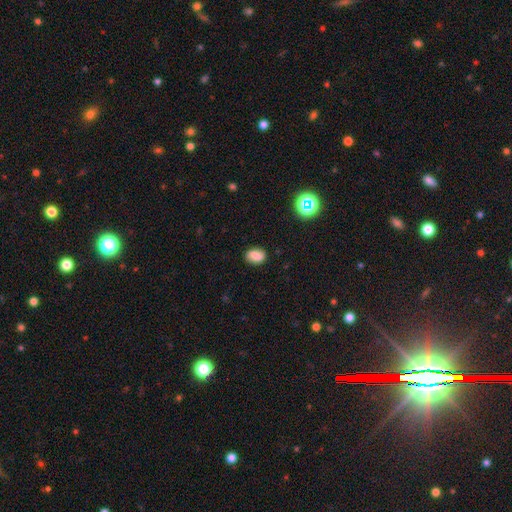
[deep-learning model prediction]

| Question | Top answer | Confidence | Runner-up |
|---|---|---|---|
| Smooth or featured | smooth | 72% | featured or disk (17%) |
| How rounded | in between | 70% | round (28%) |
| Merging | none | 82% | minor disturbance (13%) |